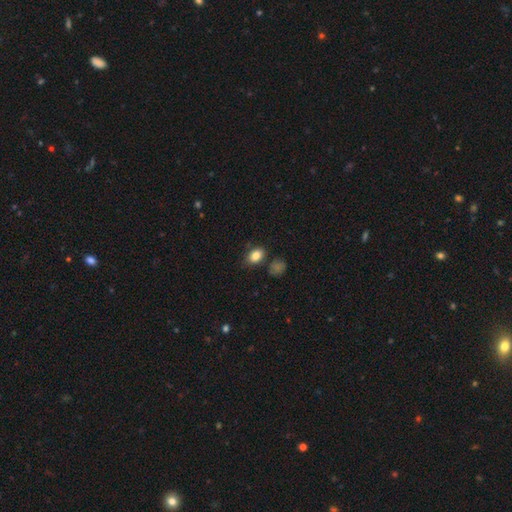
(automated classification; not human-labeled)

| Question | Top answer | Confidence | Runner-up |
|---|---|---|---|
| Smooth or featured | smooth | 84% | star or artifact (9%) |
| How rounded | in between | 77% | round (22%) |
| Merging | none | 72% | minor disturbance (18%) |